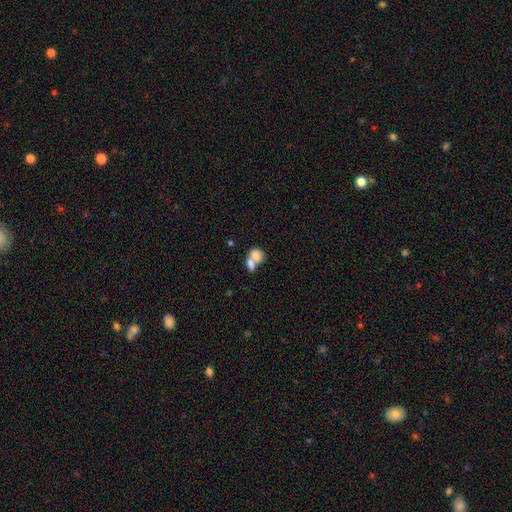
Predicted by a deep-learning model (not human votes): smooth-or-featured: smooth: 75% | featured or disk: 17% | star or artifact: 8%
  how-rounded: in between: 72% | round: 27% | cigar-shaped: 2%
  merging: merger: 69% | none: 19% | minor disturbance: 7% | major disturbance: 5%